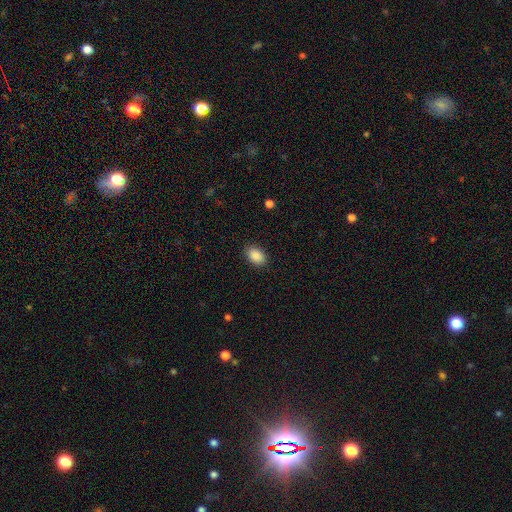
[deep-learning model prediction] smooth-or-featured: smooth: 89% | star or artifact: 8% | featured or disk: 3%
  how-rounded: in between: 86% | round: 13% | cigar-shaped: 1%
  merging: none: 89% | minor disturbance: 8% | major disturbance: 2% | merger: 1%